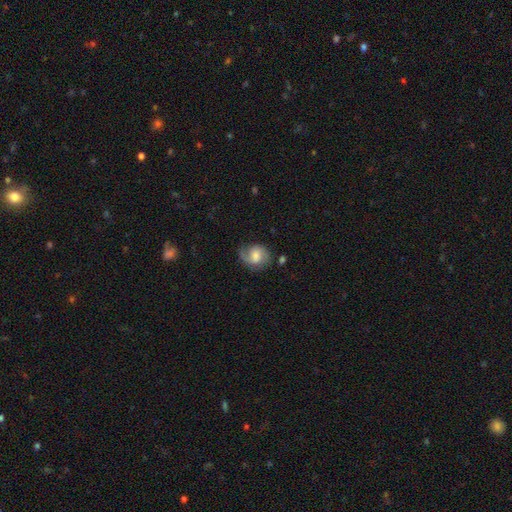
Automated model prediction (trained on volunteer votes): A featured or disk galaxy (59%) with no bar (47%), 2 (74%) medium (47%) spiral arms (91%) and a moderate central bulge (44%).

Vote fractions:
- Smooth or featured? featured or disk: 59% / smooth: 33% / star or artifact: 8%
- Edge-on disk? no: 97% / yes: 3%
- Bar? no: 47% / weak: 44% / strong: 9%
- Spiral arms? yes: 91% / no: 9%
- Spiral winding? medium: 47% / loose: 29% / tight: 24%
- Spiral arm count? 2: 74% / 1: 15% / can't tell: 7% / 3: 1% / 4: 1% / more than 4: 1%
- Bulge size? moderate: 44% / large: 22% / small: 21% / none: 10% / dominant: 3%
- Merging? none: 66% / minor disturbance: 22% / major disturbance: 10% / merger: 3%